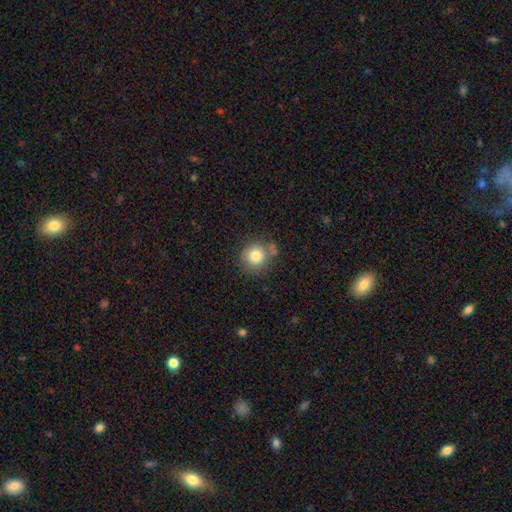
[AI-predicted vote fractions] Smooth or featured? Predicted: smooth (p=0.80). How rounded? Predicted: round (p=0.89). Merging? Predicted: none (p=0.68).